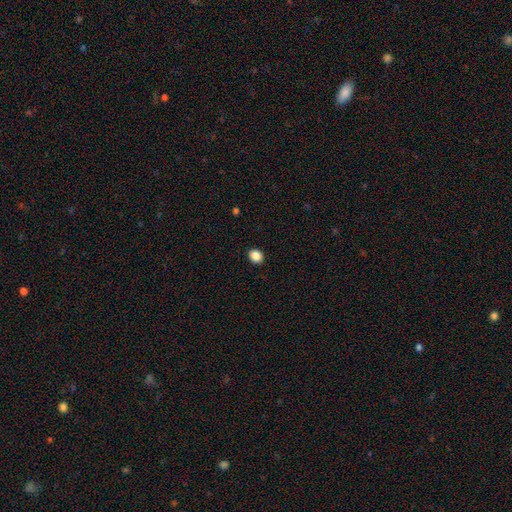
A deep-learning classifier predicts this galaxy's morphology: Smooth or featured? Predicted: smooth (p=0.87). How rounded? Predicted: round (p=0.60). Merging? Predicted: none (p=0.92).